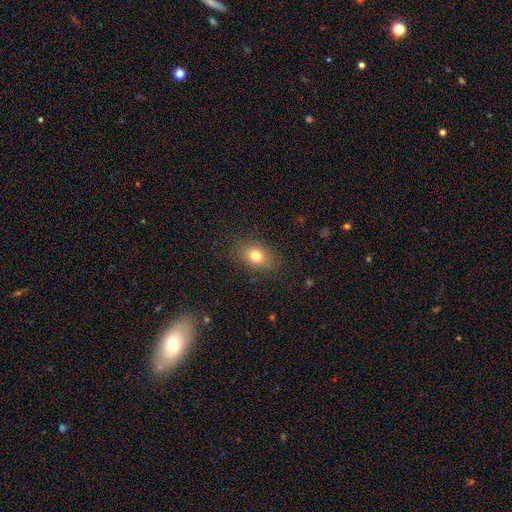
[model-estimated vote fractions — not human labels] Smooth or featured? smooth (77%)
How rounded? in between (66%)
Merging? none (84%)